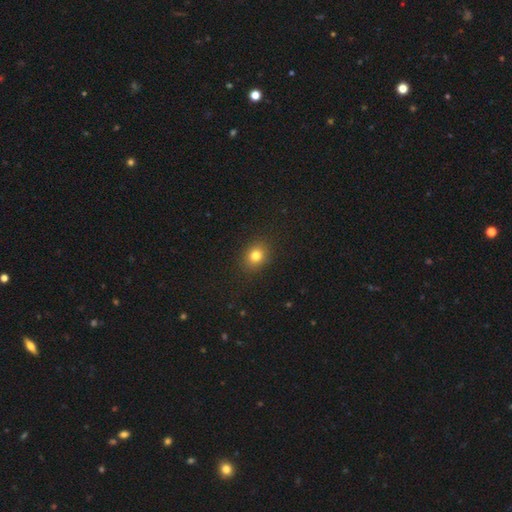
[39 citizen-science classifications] This is clearly a smooth galaxy (82%). How rounded: likely round (69%). Merging: clearly none (95%).